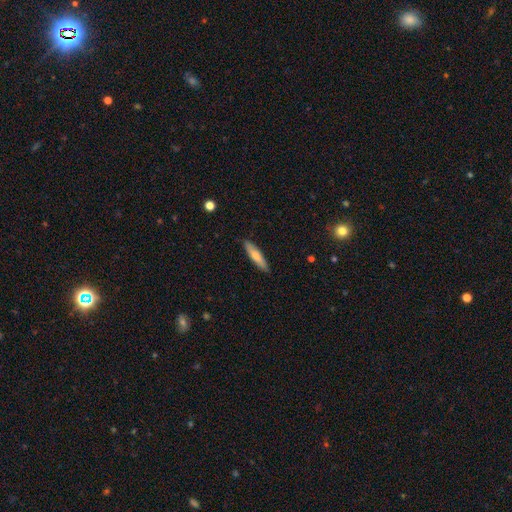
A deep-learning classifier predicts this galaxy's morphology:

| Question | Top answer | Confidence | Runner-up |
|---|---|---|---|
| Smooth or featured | smooth | 60% | featured or disk (34%) |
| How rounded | cigar-shaped | 81% | in between (17%) |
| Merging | none | 90% | minor disturbance (8%) |